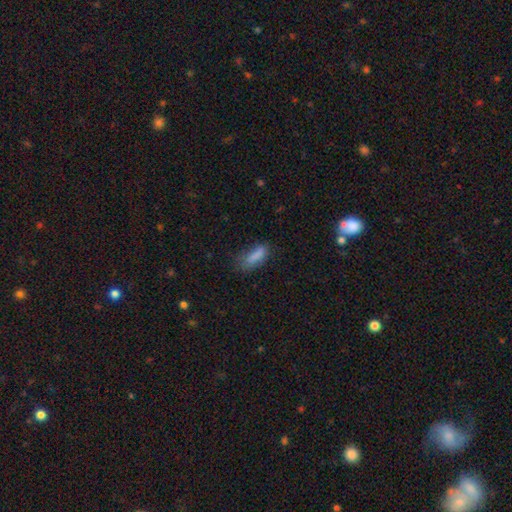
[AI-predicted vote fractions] A smooth galaxy with no disk features (81%) that is in between round and cigar-shaped (64%). Merging: none (49%).